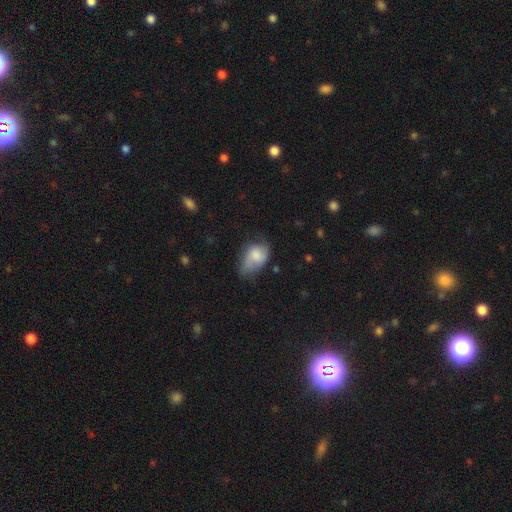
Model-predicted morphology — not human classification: Smooth or featured?
  - smooth: 66% *
  - featured or disk: 26%
  - star or artifact: 8%
How rounded?
  - in between: 81% *
  - round: 17%
  - cigar-shaped: 2%
Merging?
  - minor disturbance: 42% *
  - none: 30%
  - major disturbance: 25%
  - merger: 3%